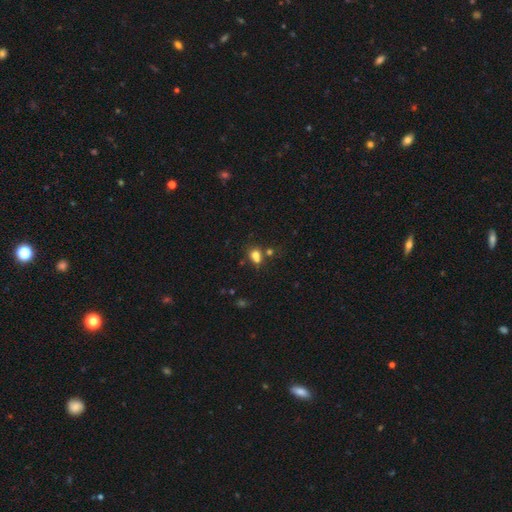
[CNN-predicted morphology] This is likely a smooth galaxy (72%). How rounded: possibly round (57%). Merging: marginally none (41%, tied with merger).